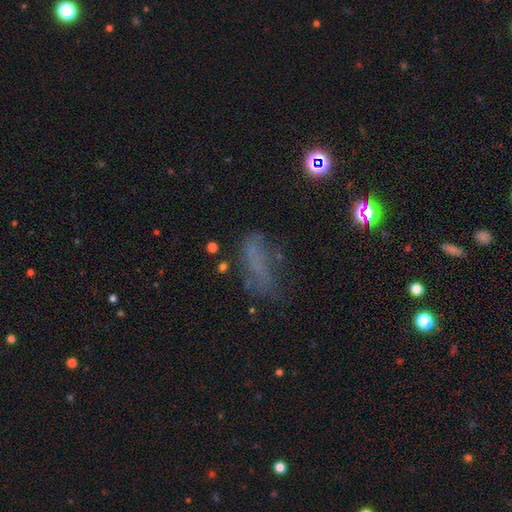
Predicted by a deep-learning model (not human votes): This is marginally a smooth galaxy (44%). Merging: marginally none (43%).